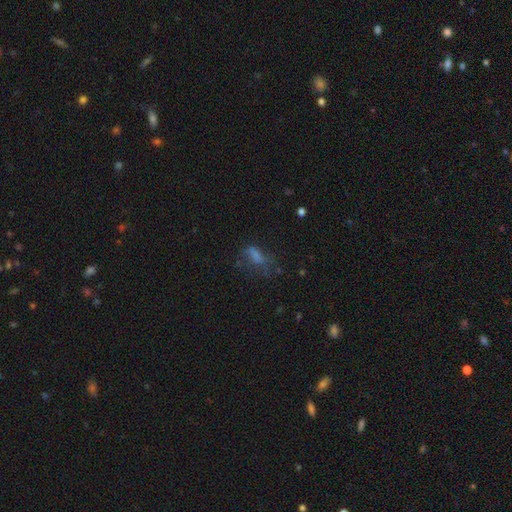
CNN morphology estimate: The model was most divided on "smooth or featured": smooth: 51%, featured or disk: 25%, star or artifact: 24%. More confident: how rounded — in between (66%); merging — none (51%).